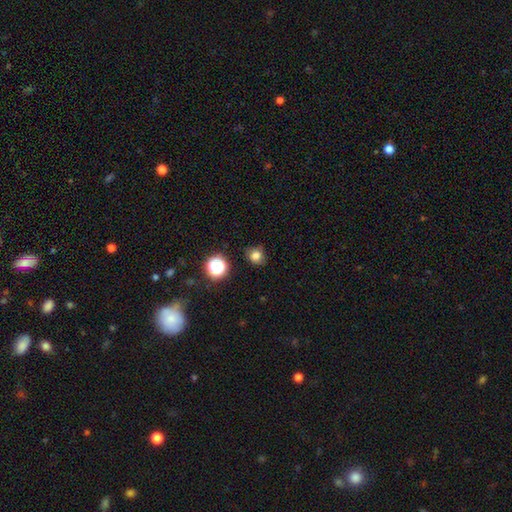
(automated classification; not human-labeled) A smooth galaxy with no disk features (78%) that is round (74%). Merging: none (82%).